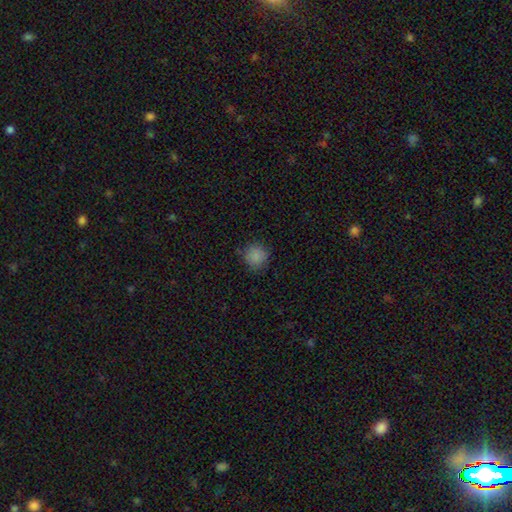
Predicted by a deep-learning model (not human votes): A smooth galaxy with no disk features (86%) that is round (92%).

Vote fractions:
- Smooth or featured? smooth: 86% / star or artifact: 11% / featured or disk: 4%
- How rounded? round: 92% / in between: 7% / cigar-shaped: 1%
- Merging? none: 85% / minor disturbance: 11% / major disturbance: 3% / merger: 1%